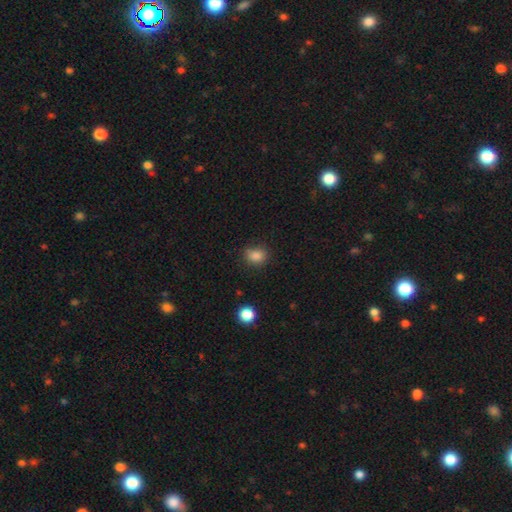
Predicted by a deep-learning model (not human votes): Smooth or featured: smooth — 84% (star or artifact — 12%)
How rounded: round — 52% (in between — 47%)
Merging: none — 73% (minor disturbance — 20%)